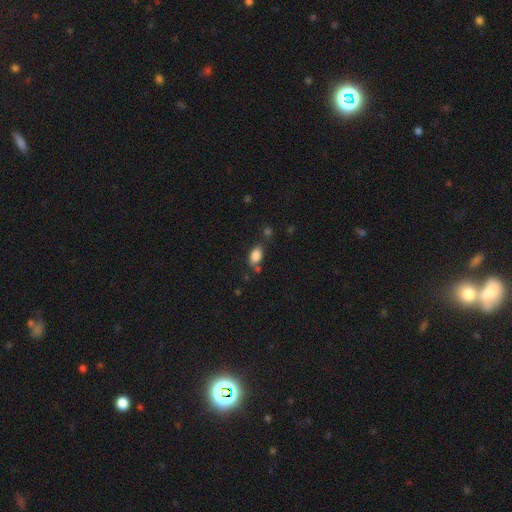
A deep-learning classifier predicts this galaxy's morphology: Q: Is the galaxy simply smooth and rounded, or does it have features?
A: smooth — 85%.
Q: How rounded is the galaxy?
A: in between — 90%.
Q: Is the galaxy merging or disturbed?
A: none — 65%.